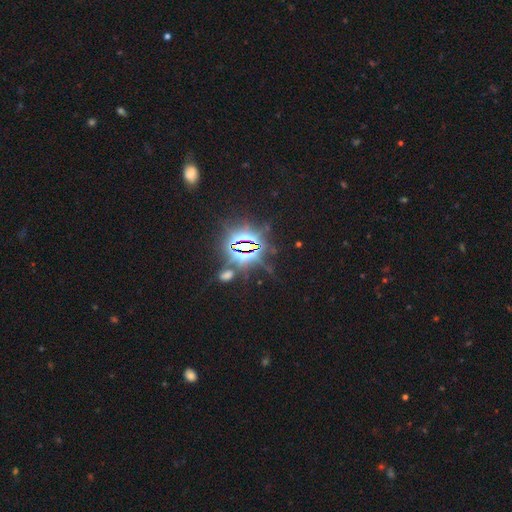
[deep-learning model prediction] A star or artifact, not a galaxy (84%).

Vote fractions:
- Smooth or featured? star or artifact: 84% / smooth: 9% / featured or disk: 7%